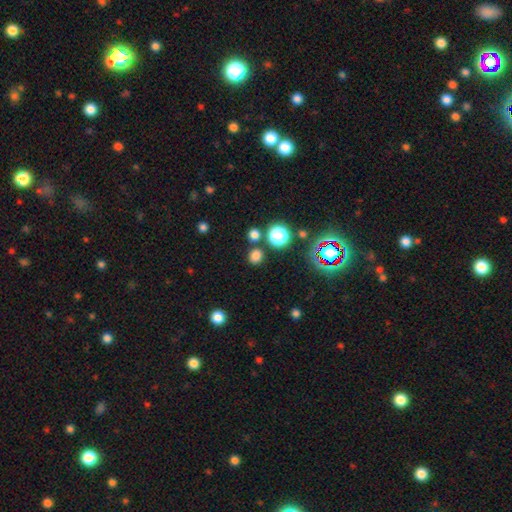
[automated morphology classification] Smooth or featured? Predicted: smooth (p=0.73). How rounded? Predicted: round (p=0.83). Merging? Predicted: none (p=0.81).